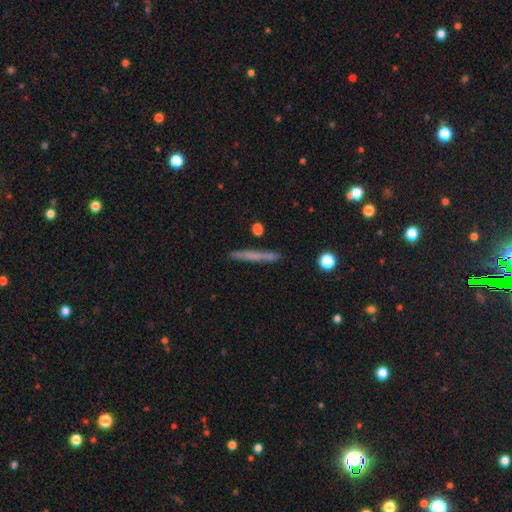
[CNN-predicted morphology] type=smooth (60%); roundness=cigar-shaped (95%); merging=none (88%).